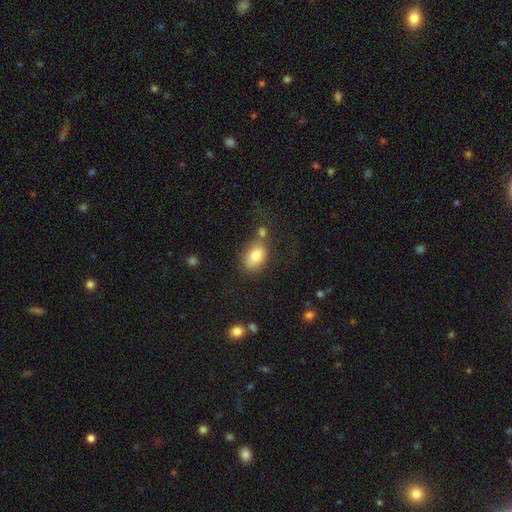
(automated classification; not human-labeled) Morphology: type=smooth (81%); roundness=in between (84%); merging=none (57%).